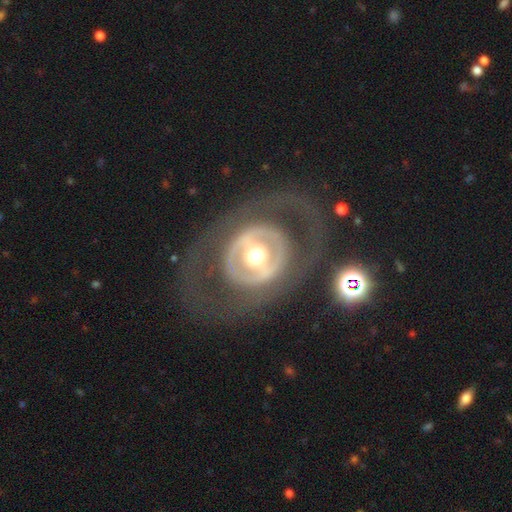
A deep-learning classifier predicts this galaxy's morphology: type=featured or disk (75%); edge-on=no (93%); bar=no (53%); spiral arms=no (73%); bulge=moderate (68%); merging=none (68%).